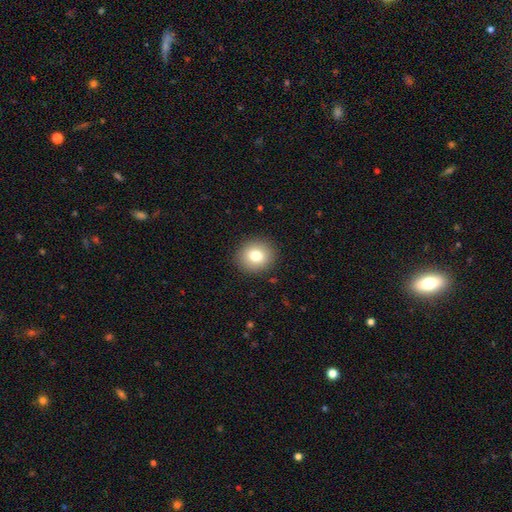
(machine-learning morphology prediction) Smooth or featured? smooth (79%)
How rounded? round (79%)
Merging? none (90%)